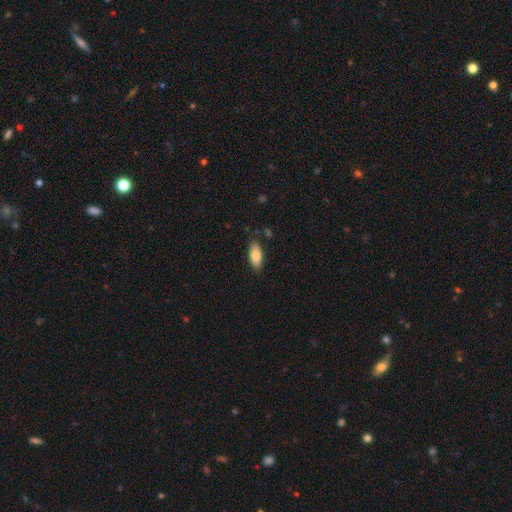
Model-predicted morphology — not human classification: type=smooth (85%); roundness=in between (86%); merging=none (84%).